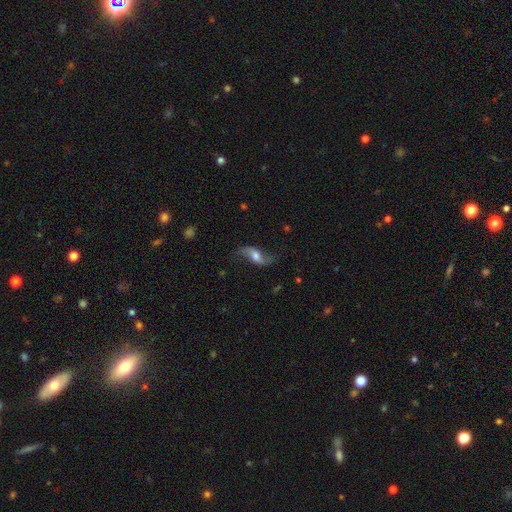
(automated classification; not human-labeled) Smooth or featured? featured or disk (74%)
Edge-on disk? no (89%)
Bar? no (46%)
Spiral arms? yes (92%)
Spiral winding? loose (90%)
Spiral arm count? 2 (92%)
Bulge size? moderate (58%)
Merging? none (72%)